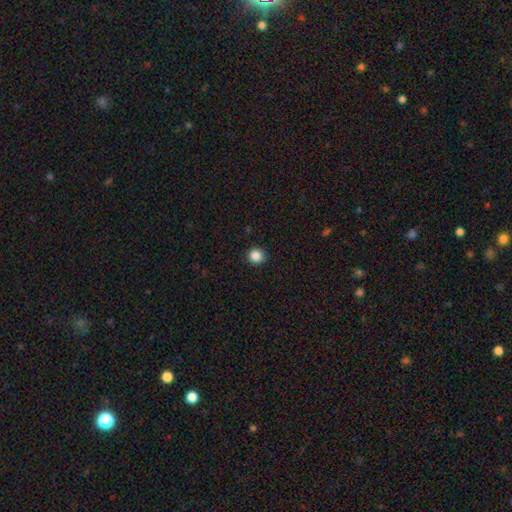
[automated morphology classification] The model was most divided on "smooth or featured": smooth: 86%, star or artifact: 11%, featured or disk: 3%. More confident: how rounded — round (93%); merging — none (92%).